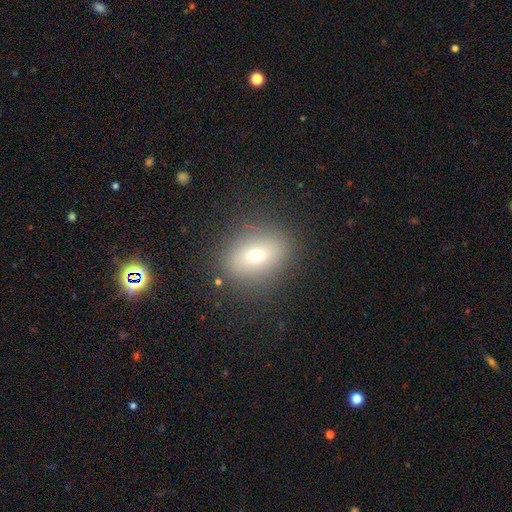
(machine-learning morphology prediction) This appears to be a smooth galaxy with no disk features (62%) that is in between round and cigar-shaped (59%). Merging: none (84%).